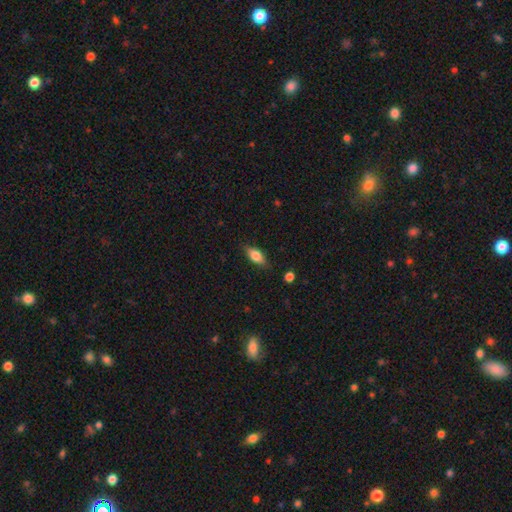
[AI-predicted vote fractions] This appears to be a smooth galaxy with no disk features (75%) that is in between round and cigar-shaped (83%). Merging: none (81%).